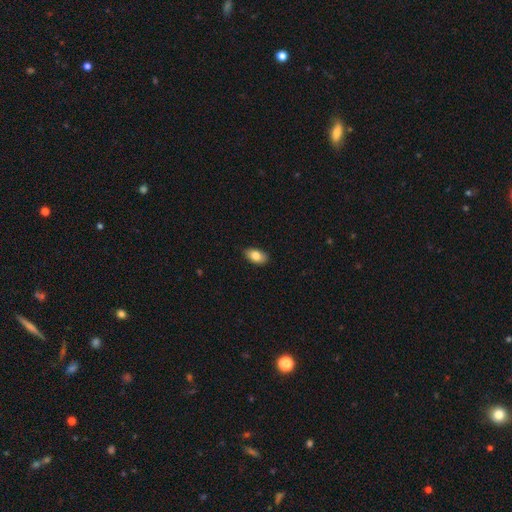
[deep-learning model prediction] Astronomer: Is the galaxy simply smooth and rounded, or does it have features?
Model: smooth — 82%.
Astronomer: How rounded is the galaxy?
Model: in between — 92%.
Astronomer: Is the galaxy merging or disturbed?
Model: none — 83%.